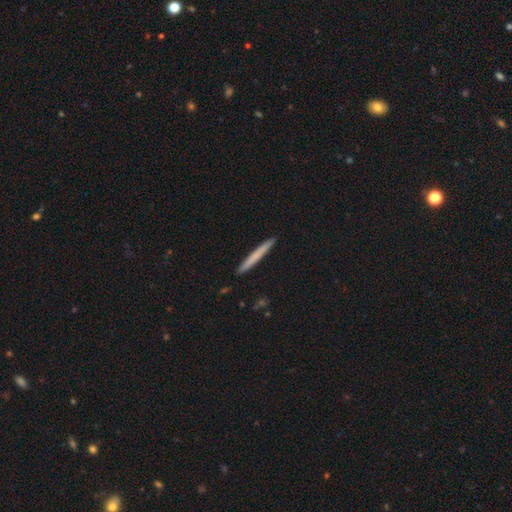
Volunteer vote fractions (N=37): A smooth galaxy with no disk features (62%) that is cigar-shaped (96%). Merging: none (94%).